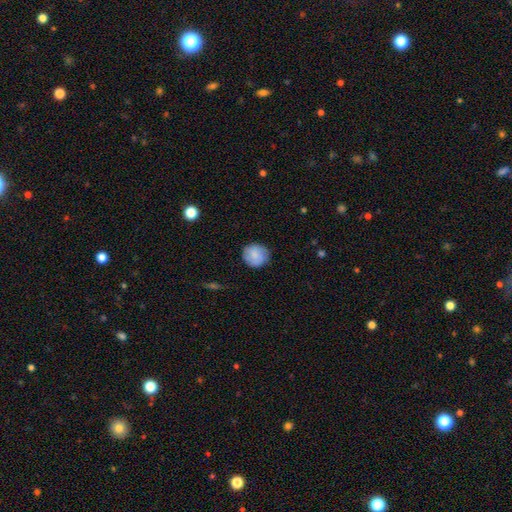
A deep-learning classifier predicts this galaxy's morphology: The model was most divided on "merging": none: 83%, minor disturbance: 13%, major disturbance: 3%, merger: 1%. More confident: how rounded — round (88%); smooth or featured — smooth (82%).